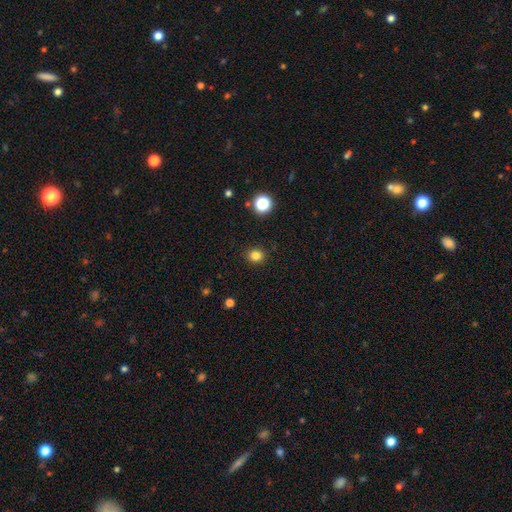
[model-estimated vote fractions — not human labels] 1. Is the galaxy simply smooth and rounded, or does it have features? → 82% smooth, 13% star or artifact, 5% featured or disk.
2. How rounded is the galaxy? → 77% round, 22% in between, 1% cigar-shaped.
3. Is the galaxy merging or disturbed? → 90% none, 7% minor disturbance, 2% major disturbance, 1% merger.